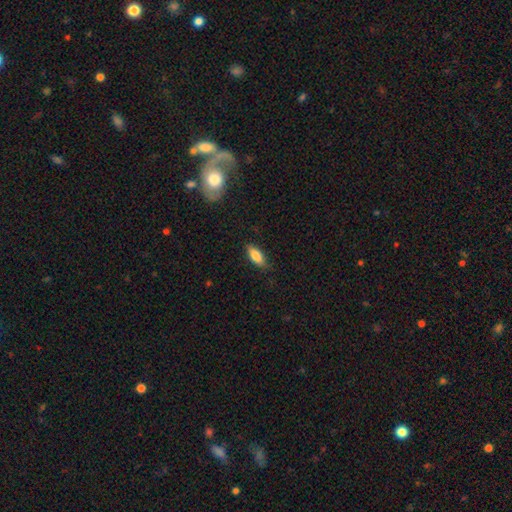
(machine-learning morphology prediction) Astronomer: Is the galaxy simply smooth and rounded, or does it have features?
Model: smooth — 83%.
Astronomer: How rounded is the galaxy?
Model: in between — 75%.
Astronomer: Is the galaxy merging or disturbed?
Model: none — 80%.